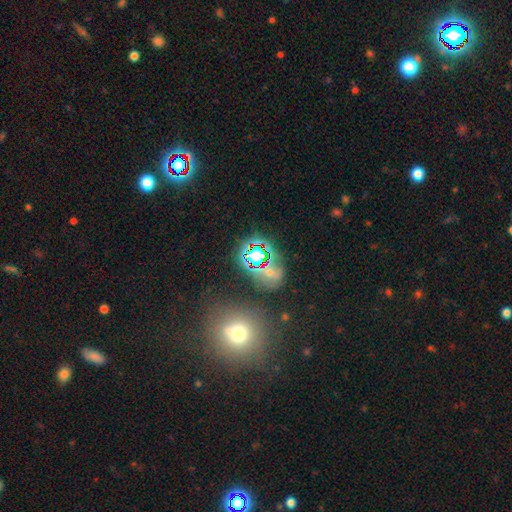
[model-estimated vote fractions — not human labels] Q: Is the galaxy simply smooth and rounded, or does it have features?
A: star or artifact — 60%.